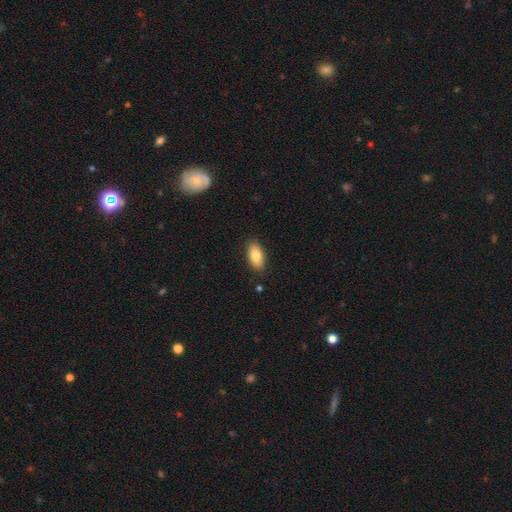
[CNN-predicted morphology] This appears to be a smooth galaxy with no disk features (80%) that is in between round and cigar-shaped (89%). Merging: none (87%).